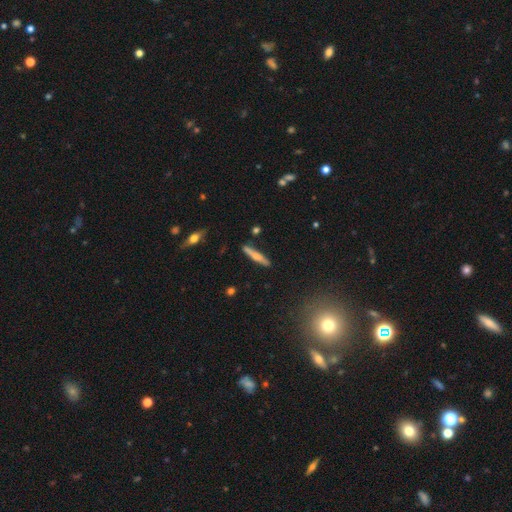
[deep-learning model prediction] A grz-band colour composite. It shows a smooth galaxy with no disk features (50%) that is cigar-shaped (91%). Merging: none (86%).